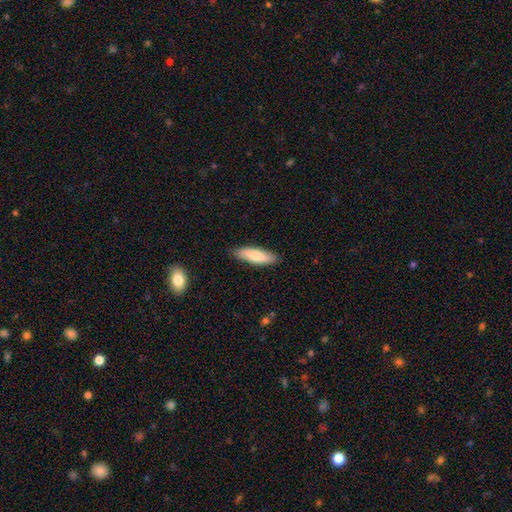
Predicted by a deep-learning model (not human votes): The model was most divided on "how rounded": cigar-shaped: 59%, in between: 40%, round: 2%. More confident: merging — none (88%); smooth or featured — smooth (77%).